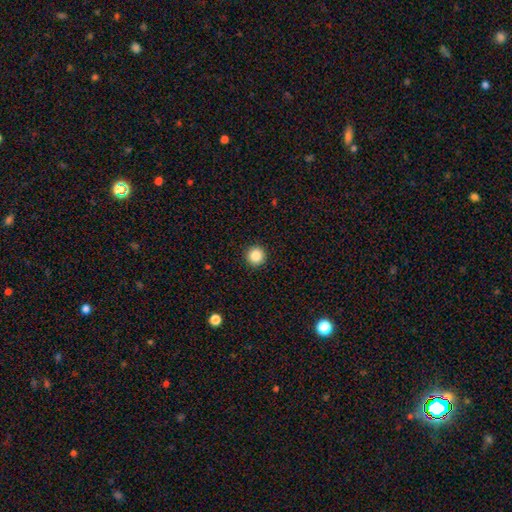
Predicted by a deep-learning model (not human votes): Smooth or featured? Predicted: smooth (p=0.87). How rounded? Predicted: round (p=0.96). Merging? Predicted: none (p=0.93).